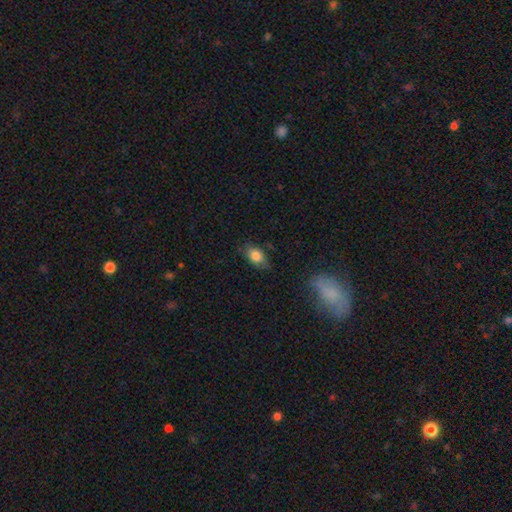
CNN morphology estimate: Smooth or featured? smooth (80%)
How rounded? in between (85%)
Merging? none (72%)